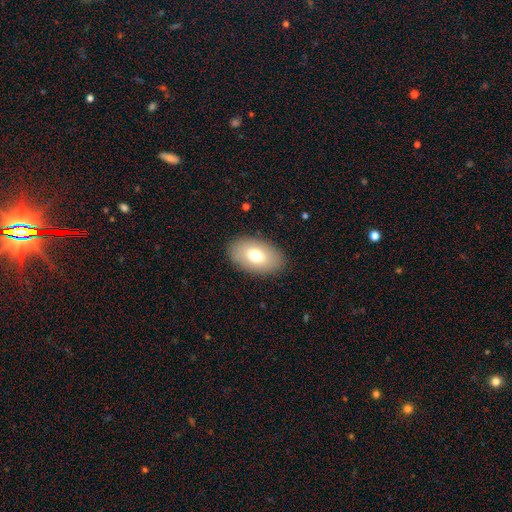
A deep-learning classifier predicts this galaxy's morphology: Smooth or featured?
  - smooth: 72% *
  - featured or disk: 20%
  - star or artifact: 8%
How rounded?
  - in between: 92% *
  - round: 7%
  - cigar-shaped: 1%
Merging?
  - none: 88% *
  - minor disturbance: 9%
  - major disturbance: 3%
  - merger: 1%